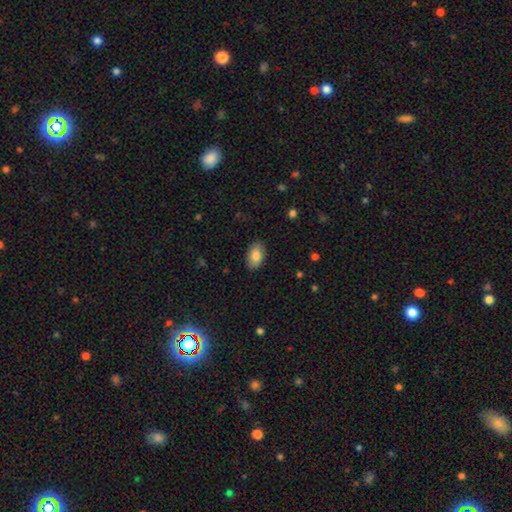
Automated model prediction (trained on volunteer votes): A smooth galaxy with no disk features (85%) that is in between round and cigar-shaped (93%).

Vote fractions:
- Smooth or featured? smooth: 85% / featured or disk: 8% / star or artifact: 7%
- How rounded? in between: 93% / round: 6% / cigar-shaped: 2%
- Merging? none: 88% / minor disturbance: 9% / major disturbance: 2% / merger: 1%